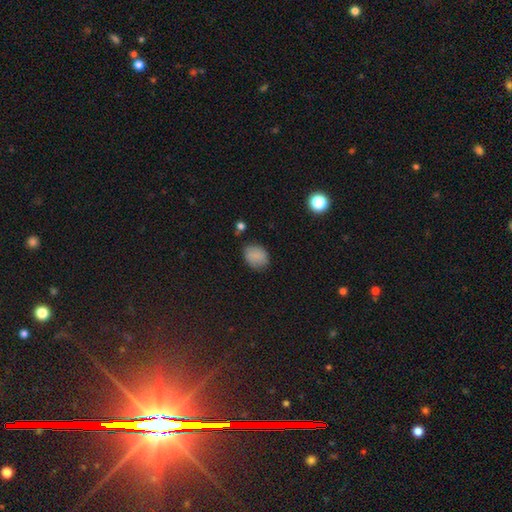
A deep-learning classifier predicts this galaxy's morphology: Smooth or featured? Predicted: smooth (p=0.82). How rounded? Predicted: in between (p=0.56). Merging? Predicted: none (p=0.76).